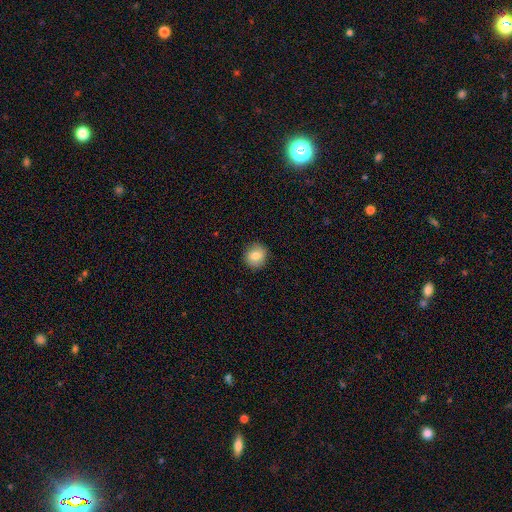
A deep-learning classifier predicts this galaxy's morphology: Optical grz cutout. It shows a smooth galaxy with no disk features (77%) that is round (87%). Merging: none (87%).